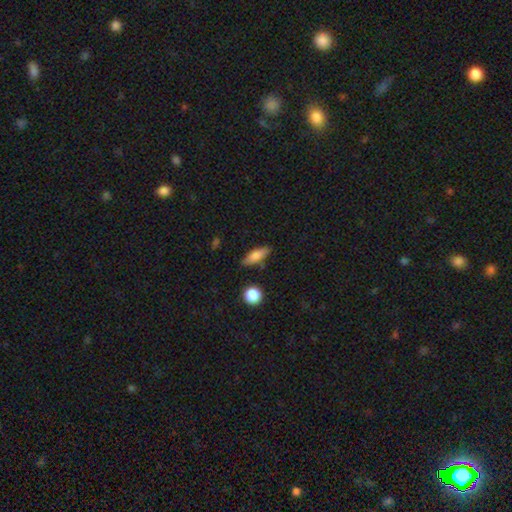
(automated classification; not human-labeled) This is likely a smooth galaxy (74%). How rounded: possibly in between (56%). Merging: clearly none (81%).